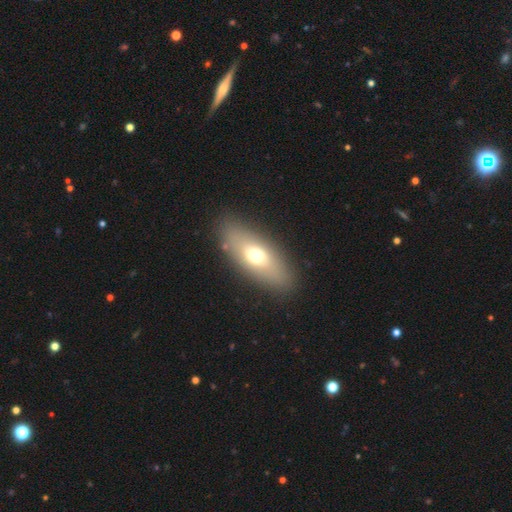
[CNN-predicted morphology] smooth 63%, featured or disk 29%, star or artifact 8%. Down the decision tree: how rounded — in between (75%); merging — none (86%).